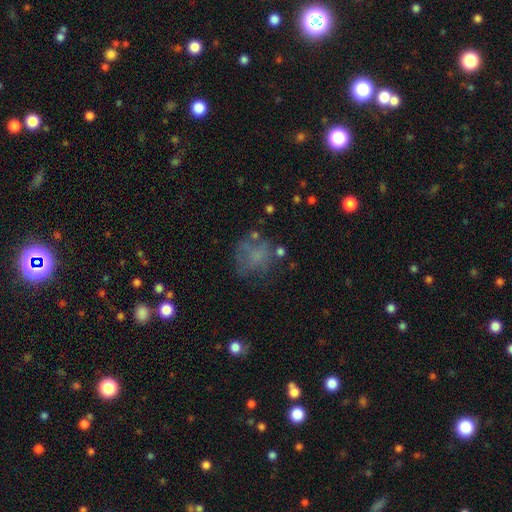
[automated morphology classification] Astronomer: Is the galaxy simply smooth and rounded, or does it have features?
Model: smooth — 54% (runner-up: featured or disk, 30%).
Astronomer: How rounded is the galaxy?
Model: round — 69%.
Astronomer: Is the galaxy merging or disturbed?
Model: none — 51%.